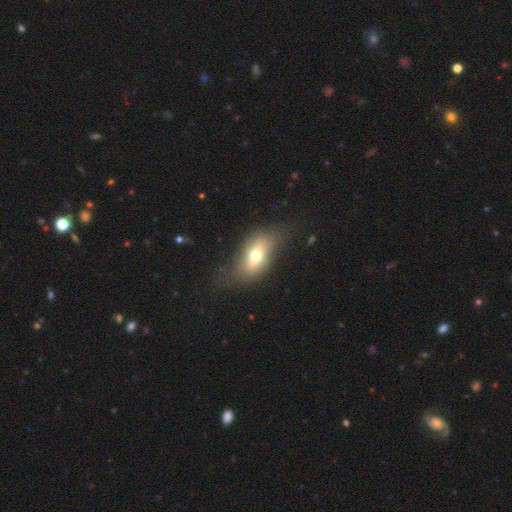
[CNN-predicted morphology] smooth_or_featured: smooth (p=0.63) [alt: featured or disk p=0.28]
how_rounded: in between (p=0.83) [alt: round p=0.09]
merging: none (p=0.60) [alt: minor disturbance p=0.23]